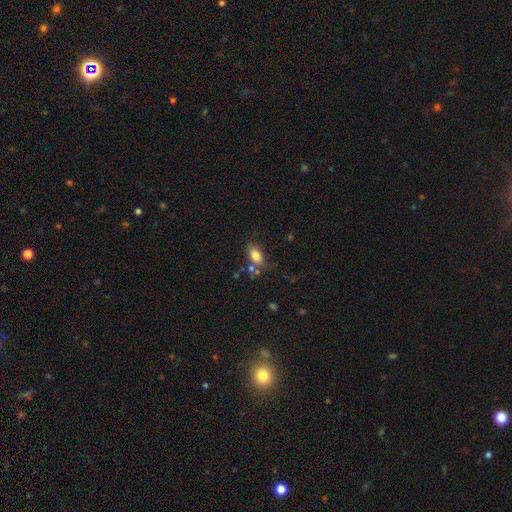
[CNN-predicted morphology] This appears to be a smooth galaxy with no disk features (81%) that is in between round and cigar-shaped (88%). Merging: none (63%).